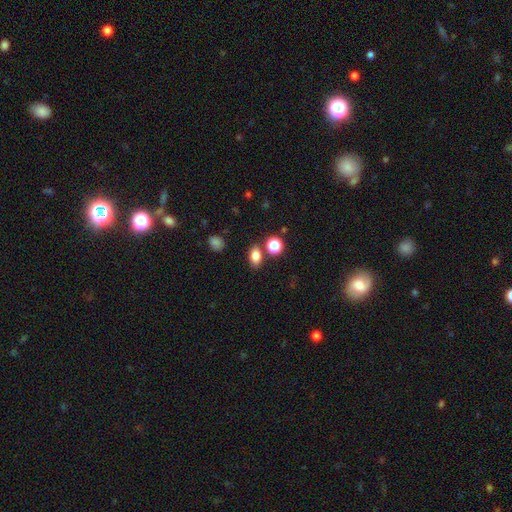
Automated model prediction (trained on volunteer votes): This is clearly a smooth galaxy (81%). How rounded: likely in between (76%). Merging: likely none (76%).